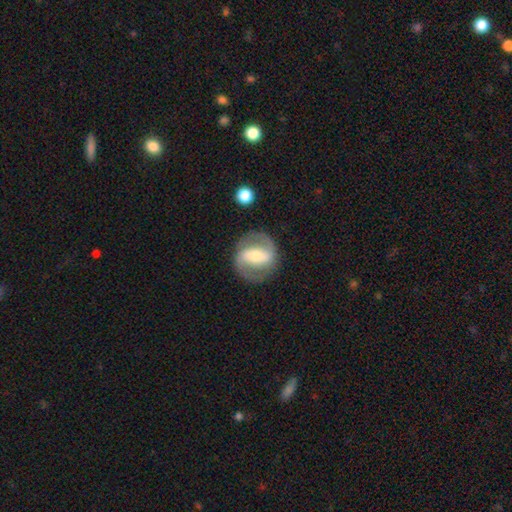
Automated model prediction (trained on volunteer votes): Smooth or featured? Predicted: featured or disk (p=0.77). Edge-on disk? Predicted: no (p=0.96). Bar? Predicted: strong (p=0.60). Spiral arms? Predicted: yes (p=0.85). Spiral winding? Predicted: medium (p=0.49). Spiral arm count? Predicted: 2 (p=0.90). Bulge size? Predicted: moderate (p=0.49). Merging? Predicted: none (p=0.82).